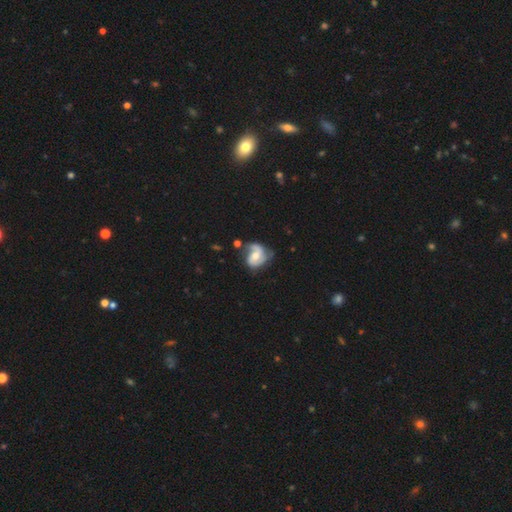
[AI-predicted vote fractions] A featured or disk galaxy (74%) with no bar (54%), 2 (71%) medium (45%) spiral arms (91%) and a moderate central bulge (66%). Merging: none (48%).